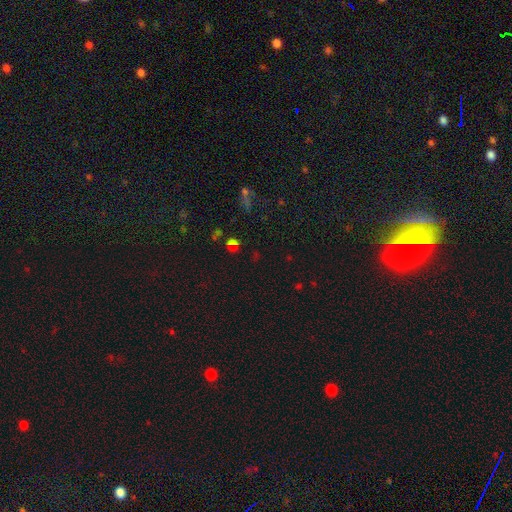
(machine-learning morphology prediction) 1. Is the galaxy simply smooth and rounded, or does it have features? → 63% star or artifact, 29% smooth, 8% featured or disk.